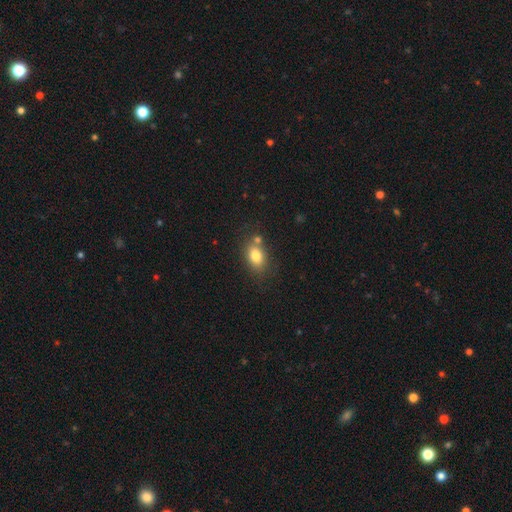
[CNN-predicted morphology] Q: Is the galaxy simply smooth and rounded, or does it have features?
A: smooth — 80%.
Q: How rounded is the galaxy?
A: in between — 77%.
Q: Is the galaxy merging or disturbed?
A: none — 64%.